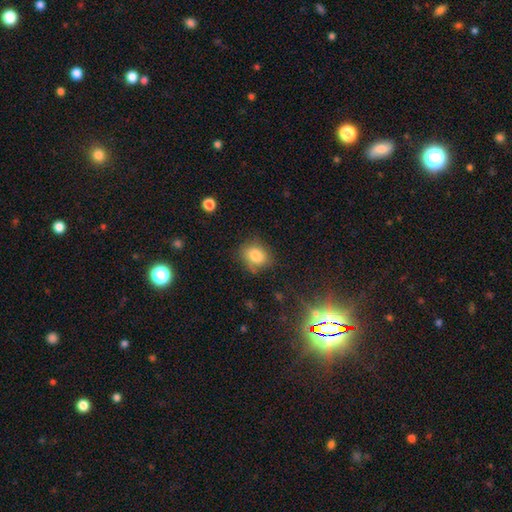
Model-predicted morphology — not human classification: Overall: smooth (82%). How rounded: round (50%; in between 49%). Merging: none (68%).